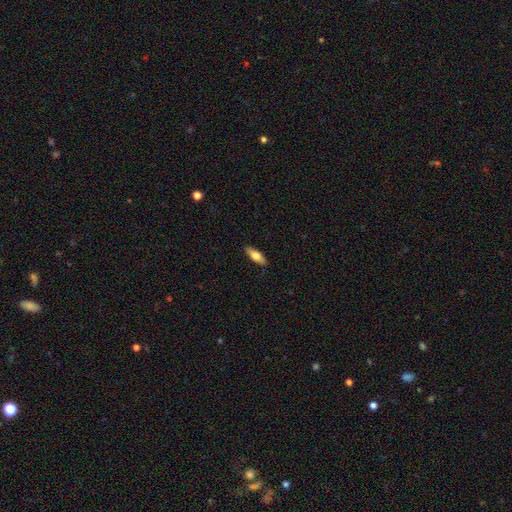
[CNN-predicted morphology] smooth_or_featured: smooth (p=0.73) [alt: featured or disk p=0.21]
how_rounded: in between (p=0.63) [alt: cigar-shaped p=0.34]
merging: none (p=0.87) [alt: minor disturbance p=0.10]